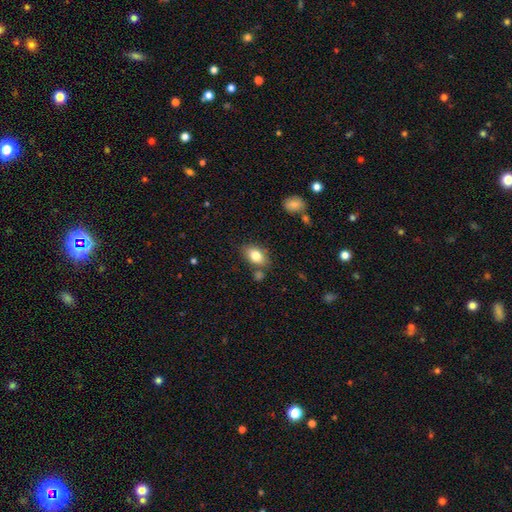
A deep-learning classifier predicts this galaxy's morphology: Smooth or featured?
  - smooth: 80% *
  - featured or disk: 12%
  - star or artifact: 8%
How rounded?
  - in between: 86% *
  - round: 12%
  - cigar-shaped: 2%
Merging?
  - none: 74% *
  - minor disturbance: 15%
  - merger: 8%
  - major disturbance: 4%